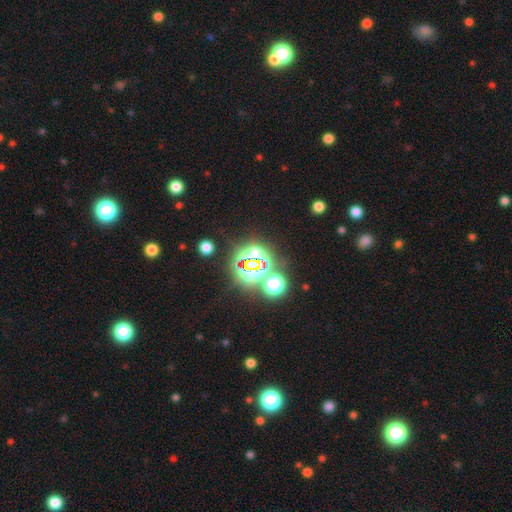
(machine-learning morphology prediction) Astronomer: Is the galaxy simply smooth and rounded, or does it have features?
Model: star or artifact — 75%.